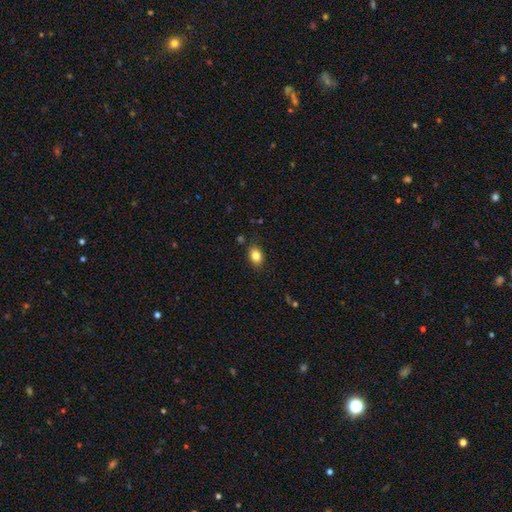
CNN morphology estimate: Overall: smooth (84%). How rounded: in between (76%). Merging: none (84%).